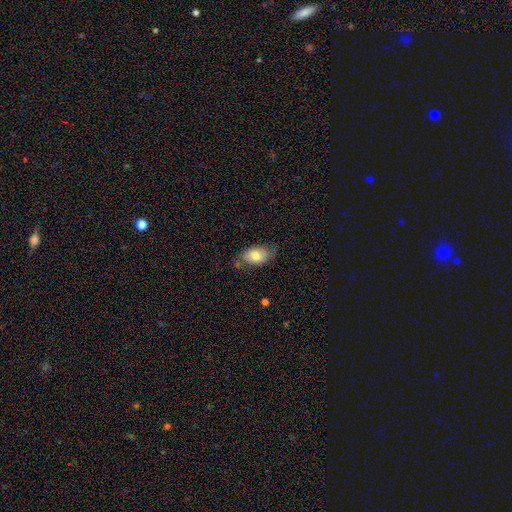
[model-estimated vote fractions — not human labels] The model was most divided on "merging": none: 59%, minor disturbance: 29%, major disturbance: 8%, merger: 3%. More confident: how rounded — in between (88%); smooth or featured — smooth (68%).